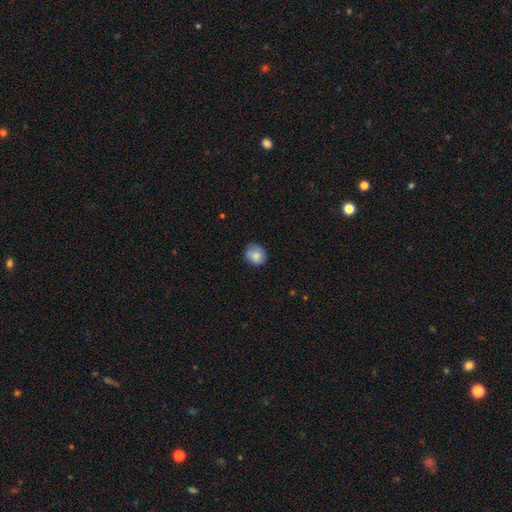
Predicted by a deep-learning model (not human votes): This appears to be a smooth galaxy with no disk features (81%) that is round (80%). Merging: none (72%).